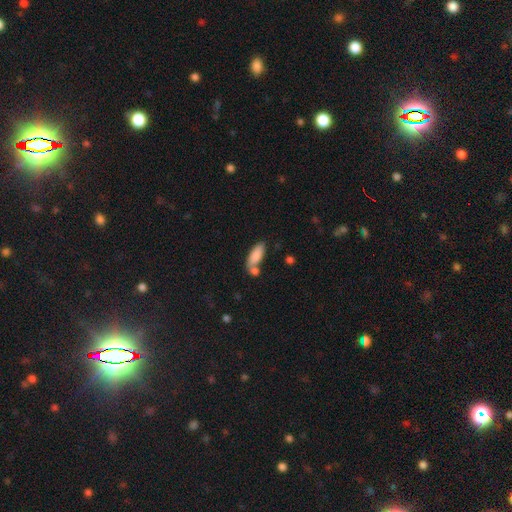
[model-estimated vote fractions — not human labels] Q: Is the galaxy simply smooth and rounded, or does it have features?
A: smooth — 84%.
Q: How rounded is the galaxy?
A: in between — 76%.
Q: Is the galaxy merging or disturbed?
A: none — 49%.